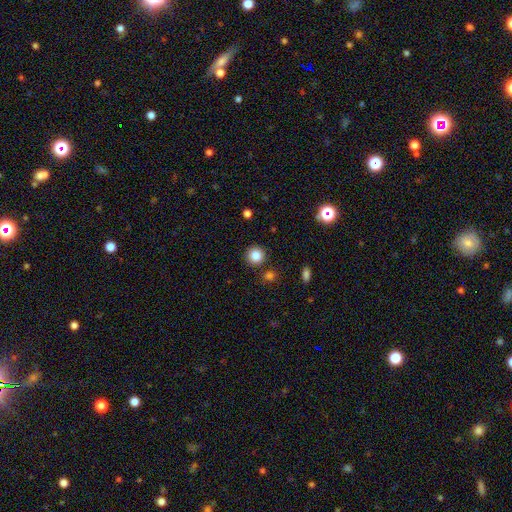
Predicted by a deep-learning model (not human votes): Smooth or featured?
  - smooth: 85% *
  - star or artifact: 11%
  - featured or disk: 5%
How rounded?
  - round: 94% *
  - in between: 5%
  - cigar-shaped: 1%
Merging?
  - none: 87% *
  - minor disturbance: 6%
  - merger: 4%
  - major disturbance: 2%